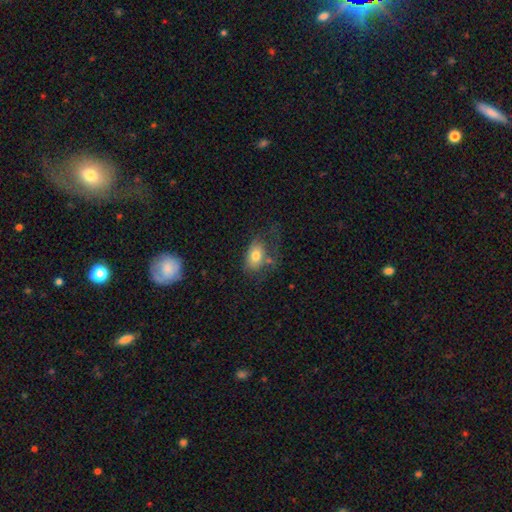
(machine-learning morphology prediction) This is likely a smooth galaxy (74%). How rounded: clearly in between (84%). Merging: marginally none (44%).